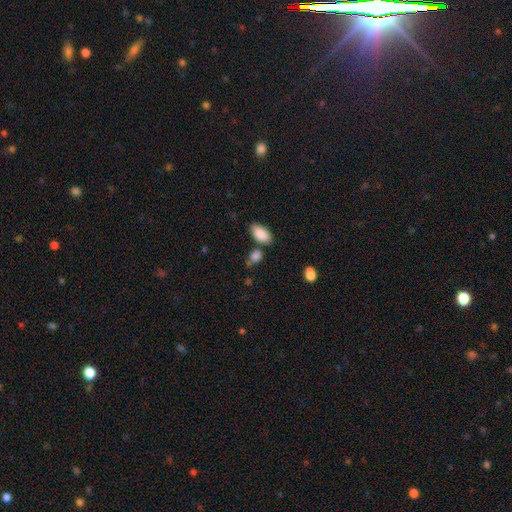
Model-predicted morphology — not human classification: Smooth or featured: smooth — 84% (star or artifact — 10%)
How rounded: in between — 83% (round — 14%)
Merging: none — 61% (merger — 17%)